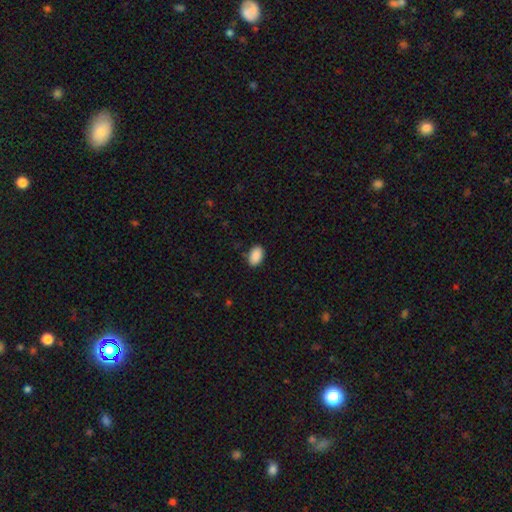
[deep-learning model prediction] The model was most divided on "merging": none: 85%, minor disturbance: 11%, major disturbance: 2%, merger: 1%. More confident: how rounded — in between (91%); smooth or featured — smooth (90%).